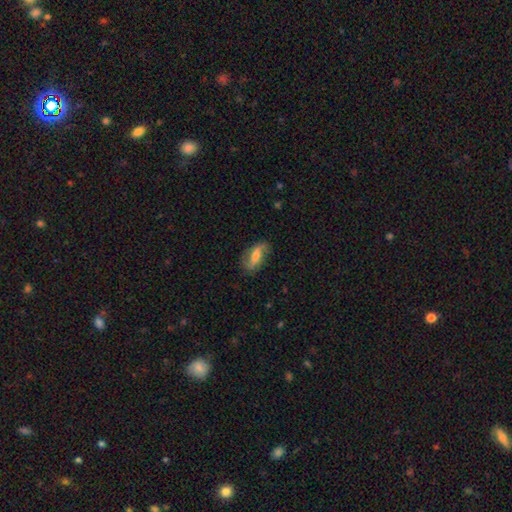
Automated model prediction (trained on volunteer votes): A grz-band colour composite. It shows a featured or disk galaxy (63%) with a strong bar (38%), spiral arms (86%) and a moderate central bulge (51%). Merging: none (75%).